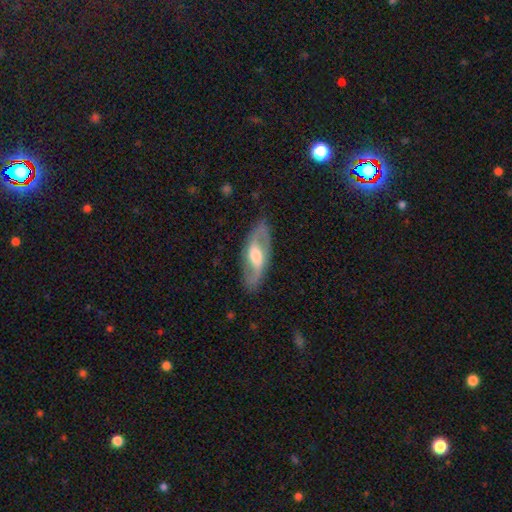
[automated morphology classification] smooth_or_featured: featured or disk (p=0.77) [alt: smooth p=0.18]
disk_edge_on: no (p=0.87) [alt: yes p=0.13]
bar: weak (p=0.47) [alt: no p=0.29]
has_spiral_arms: yes (p=0.89) [alt: no p=0.11]
spiral_winding: loose (p=0.43) [tied with: medium p=0.43]
spiral_arm_count: 2 (p=0.91) [alt: can't tell p=0.04]
bulge_size: moderate (p=0.58) [alt: large p=0.27]
merging: none (p=0.84) [alt: minor disturbance p=0.12]